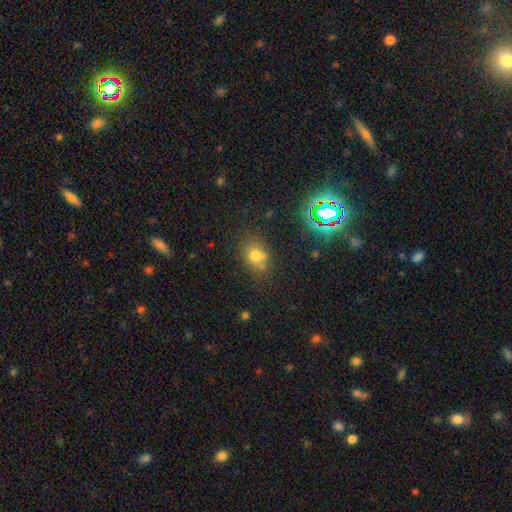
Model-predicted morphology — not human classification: Smooth or featured: smooth — 67% (star or artifact — 20%)
How rounded: in between — 58% (round — 40%)
Merging: none — 62% (minor disturbance — 19%)